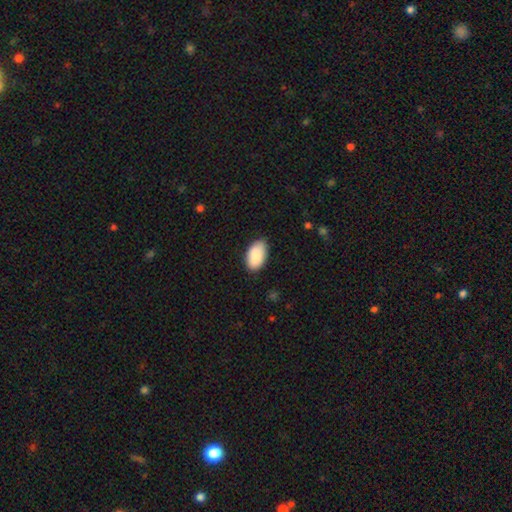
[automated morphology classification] smooth 90%, star or artifact 6%, featured or disk 4%. Down the decision tree: how rounded — in between (95%); merging — none (82%).